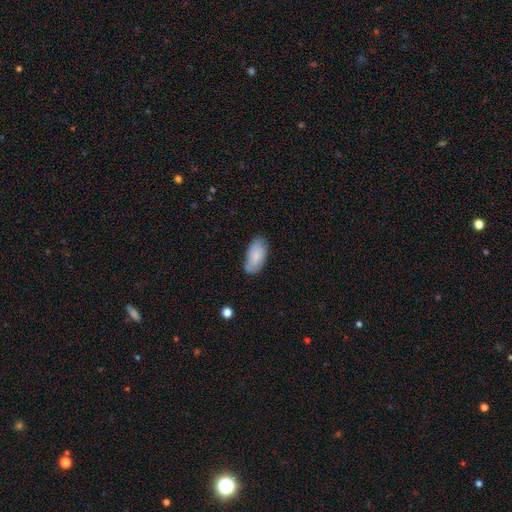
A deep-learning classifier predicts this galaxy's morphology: Q: Smooth or featured?
A: smooth (82%); runner-up: featured or disk (11%)
Q: How rounded?
A: in between (94%); runner-up: cigar-shaped (3%)
Q: Merging?
A: none (70%); runner-up: minor disturbance (23%)